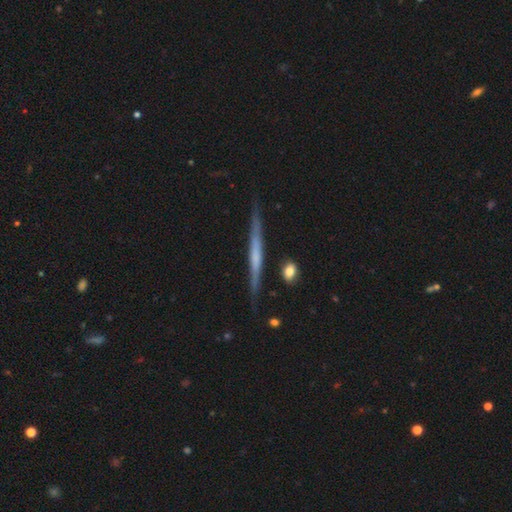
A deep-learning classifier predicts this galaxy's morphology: smooth-or-featured: featured or disk: 62% | smooth: 32% | star or artifact: 6%
  disk-edge-on: yes: 96% | no: 4%
    edge-on-bulge: none: 71% | rounded: 18% | boxy: 12%
  merging: none: 85% | minor disturbance: 11% | major disturbance: 2% | merger: 2%